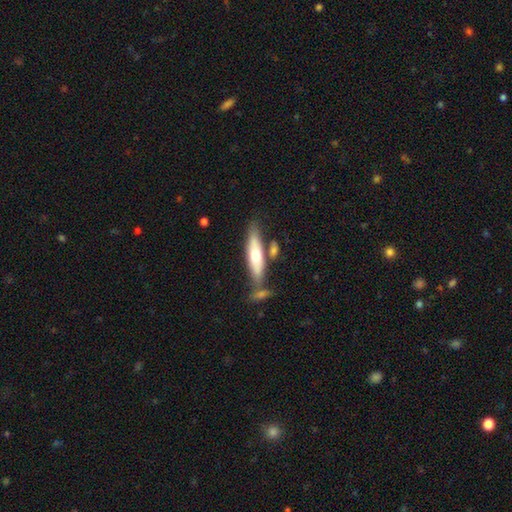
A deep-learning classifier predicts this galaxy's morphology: Smooth or featured? smooth (55%)
How rounded? cigar-shaped (67%)
Merging? none (60%)